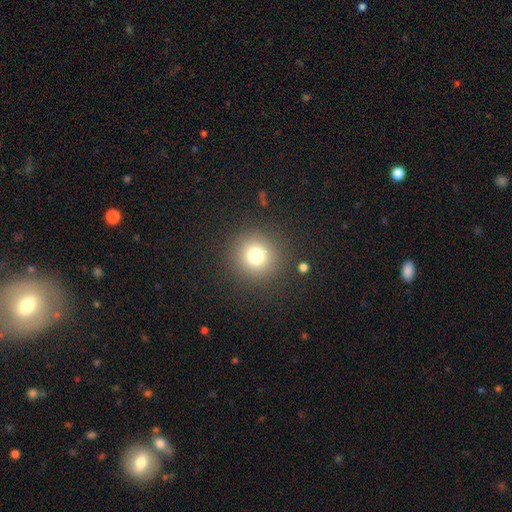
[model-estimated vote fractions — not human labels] This is likely a smooth galaxy (76%). How rounded: clearly round (94%). Merging: clearly none (89%).